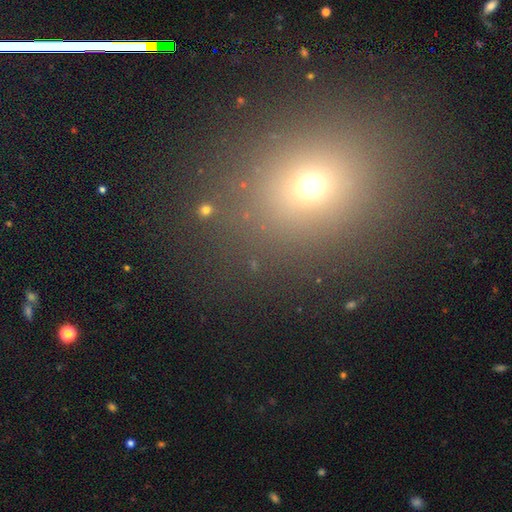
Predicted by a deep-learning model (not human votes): Smooth or featured? smooth (54%)
How rounded? round (64%)
Merging? none (88%)